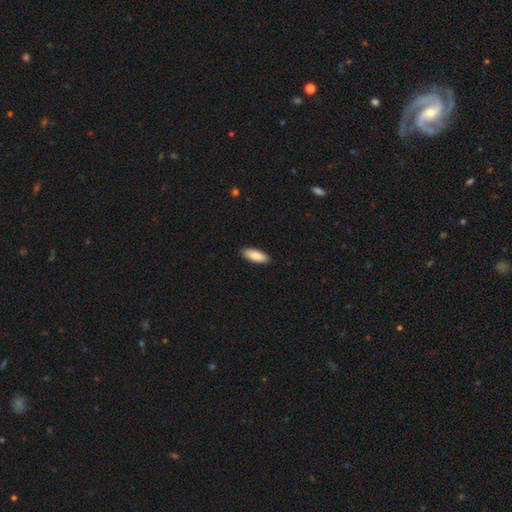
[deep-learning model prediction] smooth-or-featured: smooth: 89% | featured or disk: 6% | star or artifact: 5%
  how-rounded: in between: 77% | cigar-shaped: 22% | round: 2%
  merging: none: 90% | minor disturbance: 7% | major disturbance: 1% | merger: 1%